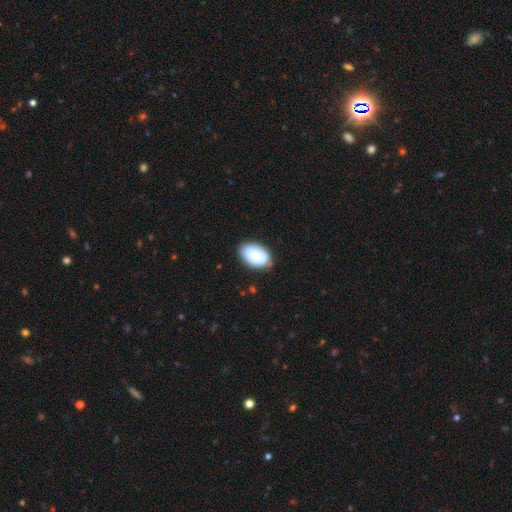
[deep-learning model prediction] Morphology: type=smooth (80%); roundness=in between (92%); merging=none (79%).